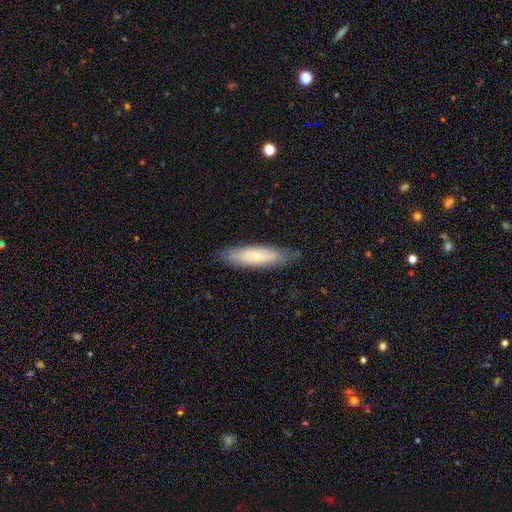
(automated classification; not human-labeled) smooth 65%, featured or disk 29%, star or artifact 7%. Down the decision tree: how rounded — cigar-shaped (72%); merging — none (84%).